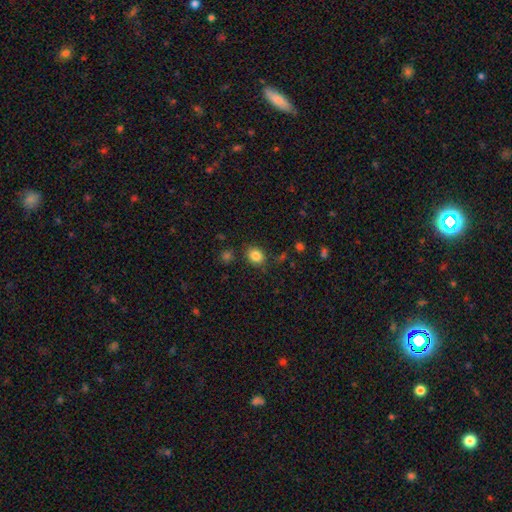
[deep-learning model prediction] Smooth or featured? smooth (84%)
How rounded? round (57%)
Merging? none (82%)